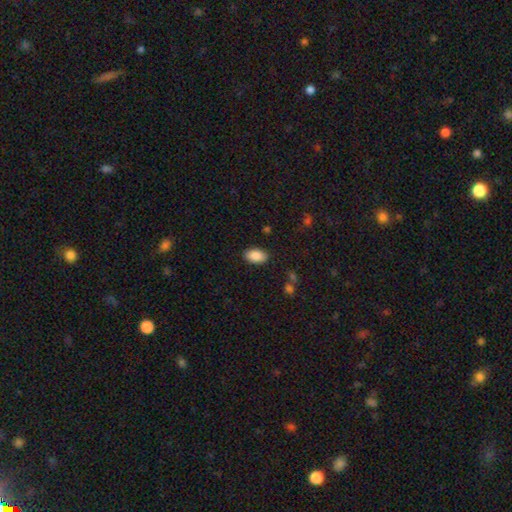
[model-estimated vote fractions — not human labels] This appears to be a smooth galaxy with no disk features (89%) that is in between round and cigar-shaped (93%). Merging: none (88%).